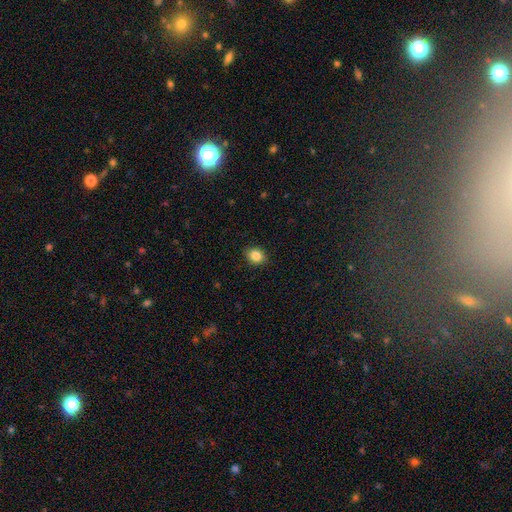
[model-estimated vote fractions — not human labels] Smooth or featured? Predicted: smooth (p=0.86). How rounded? Predicted: in between (p=0.50). Merging? Predicted: none (p=0.89).